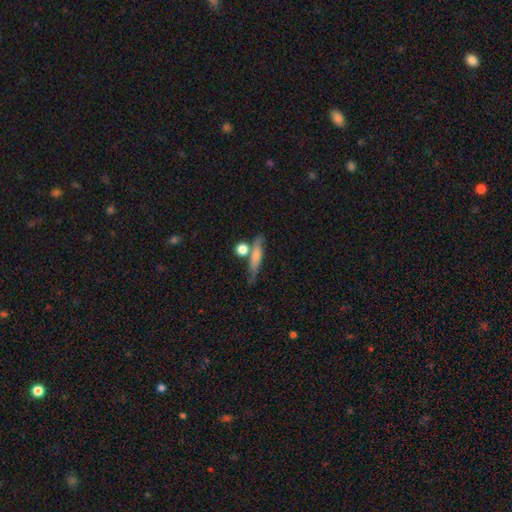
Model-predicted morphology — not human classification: type=smooth (65%); roundness=cigar-shaped (68%); merging=none (60%).